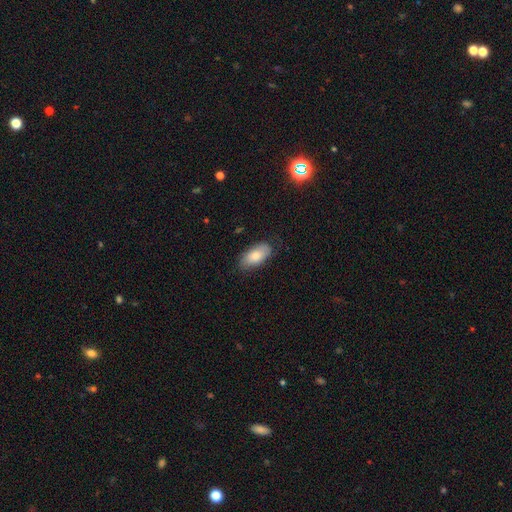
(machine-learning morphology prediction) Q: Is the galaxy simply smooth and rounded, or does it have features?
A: smooth — 80%.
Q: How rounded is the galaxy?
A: in between — 93%.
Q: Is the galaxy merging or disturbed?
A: none — 77%.